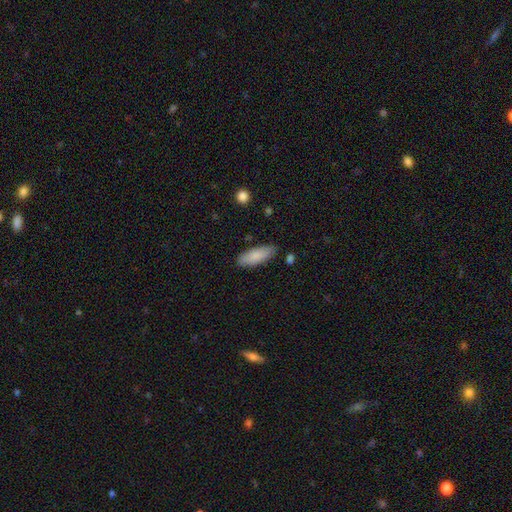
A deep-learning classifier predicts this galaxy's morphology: The model was most divided on "how rounded": in between: 72%, cigar-shaped: 26%, round: 2%. More confident: smooth or featured — smooth (86%); merging — none (83%).